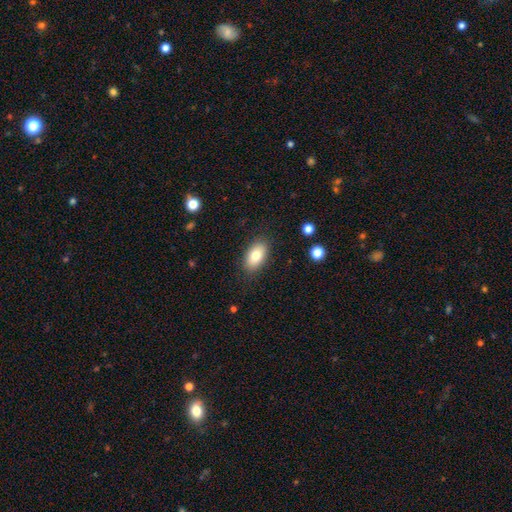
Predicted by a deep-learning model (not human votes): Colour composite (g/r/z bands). It shows a smooth galaxy with no disk features (80%) that is in between round and cigar-shaped (92%). Merging: none (85%).